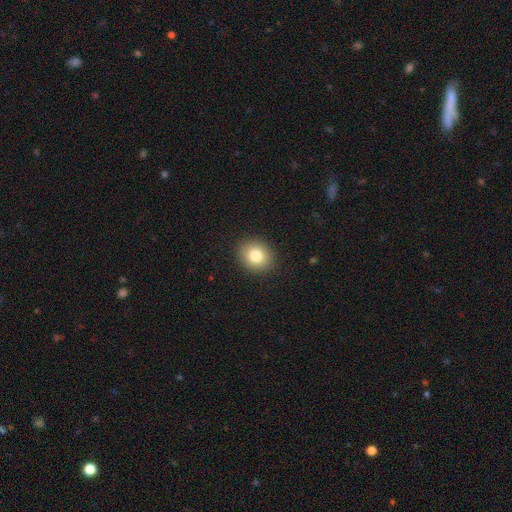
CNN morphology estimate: smooth-or-featured: smooth: 81% | star or artifact: 10% | featured or disk: 9%
  how-rounded: round: 72% | in between: 28% | cigar-shaped: 1%
  merging: none: 90% | minor disturbance: 7% | major disturbance: 2% | merger: 1%